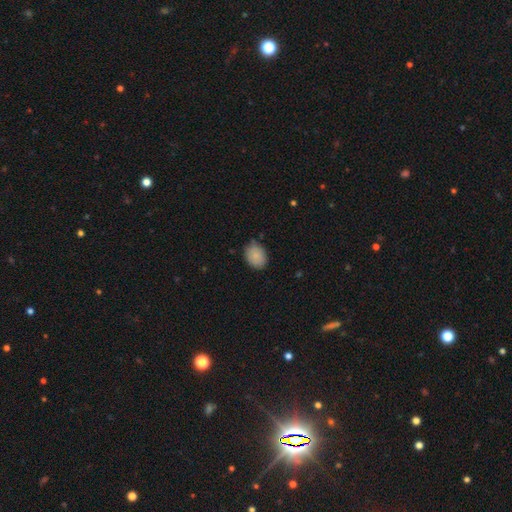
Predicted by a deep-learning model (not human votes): smooth_or_featured: smooth (p=0.88) [alt: star or artifact p=0.07]
how_rounded: in between (p=0.66) [alt: round p=0.33]
merging: none (p=0.76) [alt: minor disturbance p=0.20]